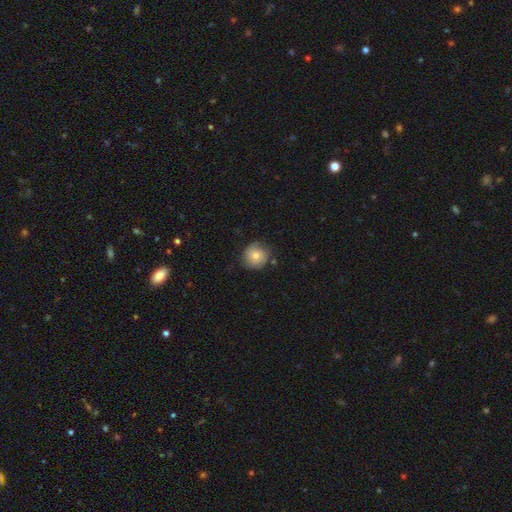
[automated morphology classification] Smooth or featured?
  - smooth: 72% *
  - featured or disk: 20%
  - star or artifact: 8%
How rounded?
  - round: 88% *
  - in between: 11%
  - cigar-shaped: 1%
Merging?
  - none: 75% *
  - minor disturbance: 19%
  - major disturbance: 4%
  - merger: 2%